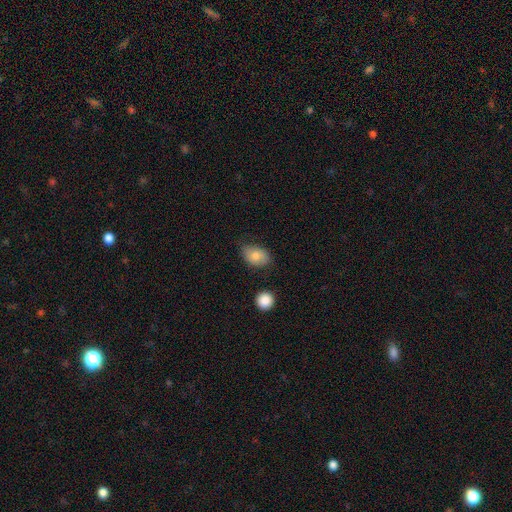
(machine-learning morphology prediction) Smooth or featured: smooth — 77% (featured or disk — 15%)
How rounded: in between — 82% (round — 17%)
Merging: none — 69% (minor disturbance — 23%)